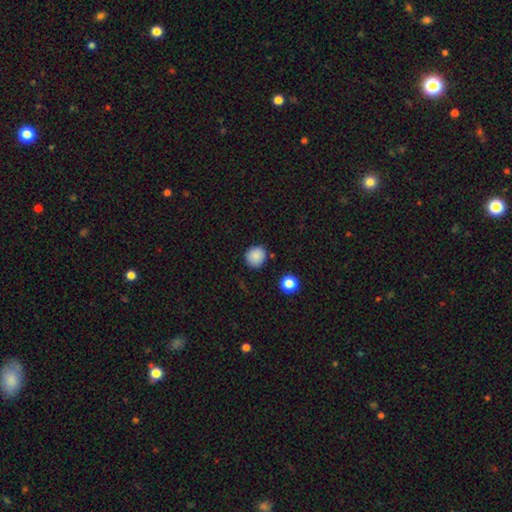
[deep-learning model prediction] Smooth or featured? Predicted: smooth (p=0.86). How rounded? Predicted: round (p=0.88). Merging? Predicted: none (p=0.85).